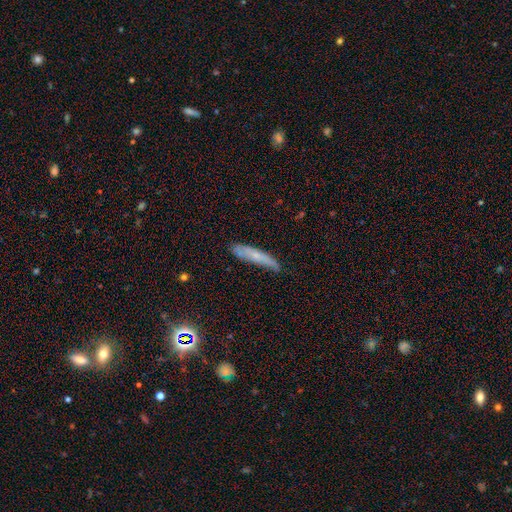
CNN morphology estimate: type=smooth (54%); roundness=cigar-shaped (87%); merging=none (65%).